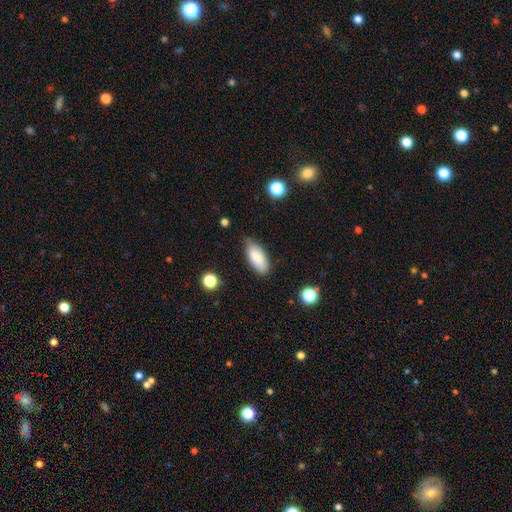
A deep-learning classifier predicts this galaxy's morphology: Smooth or featured: smooth — 83% (featured or disk — 10%)
How rounded: in between — 88% (cigar-shaped — 10%)
Merging: none — 75% (minor disturbance — 19%)